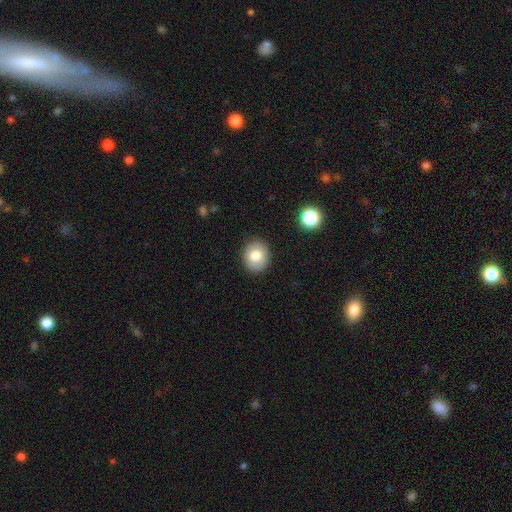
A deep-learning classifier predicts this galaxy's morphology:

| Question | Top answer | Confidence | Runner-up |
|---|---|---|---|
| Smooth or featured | smooth | 74% | featured or disk (18%) |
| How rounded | round | 70% | in between (29%) |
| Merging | none | 88% | minor disturbance (8%) |